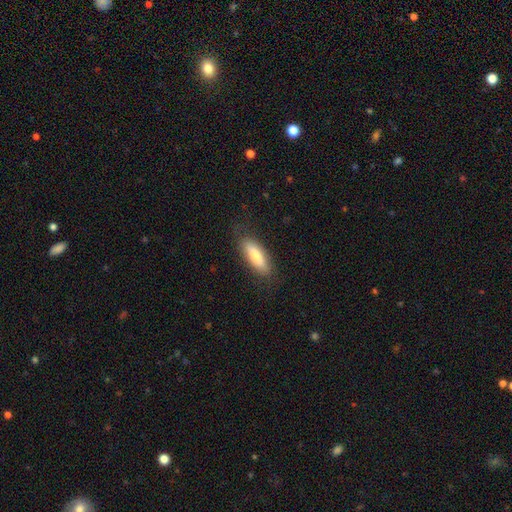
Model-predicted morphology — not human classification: type=smooth (74%); roundness=in between (57%); merging=none (81%).